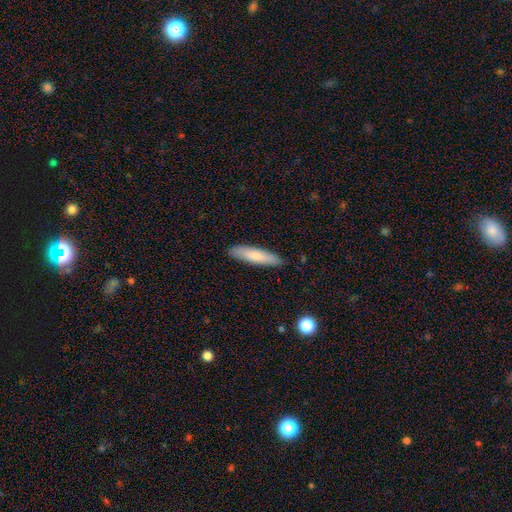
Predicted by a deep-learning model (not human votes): Smooth or featured? smooth (78%)
How rounded? cigar-shaped (78%)
Merging? none (87%)